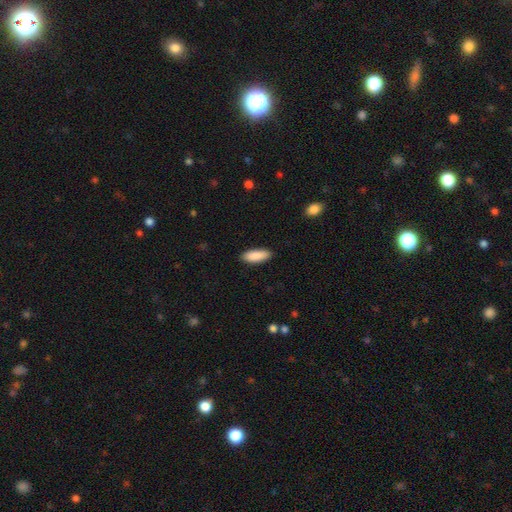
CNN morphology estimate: Smooth or featured? Predicted: smooth (p=0.90). How rounded? Predicted: in between (p=0.71). Merging? Predicted: none (p=0.88).